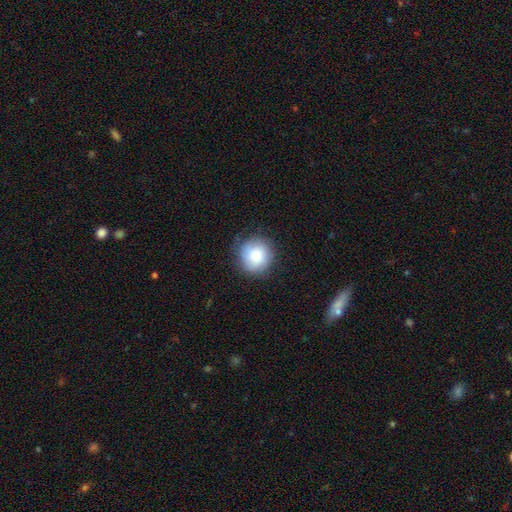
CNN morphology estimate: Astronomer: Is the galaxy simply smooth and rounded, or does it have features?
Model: smooth — 84%.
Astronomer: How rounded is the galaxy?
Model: round — 91%.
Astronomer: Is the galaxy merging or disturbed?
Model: none — 79%.